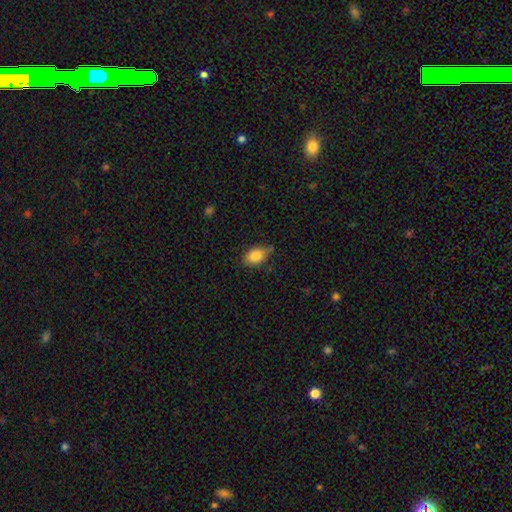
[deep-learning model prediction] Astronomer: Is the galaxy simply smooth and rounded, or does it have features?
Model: smooth — 83%.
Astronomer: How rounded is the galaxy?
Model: in between — 80%.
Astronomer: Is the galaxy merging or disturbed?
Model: none — 62%.